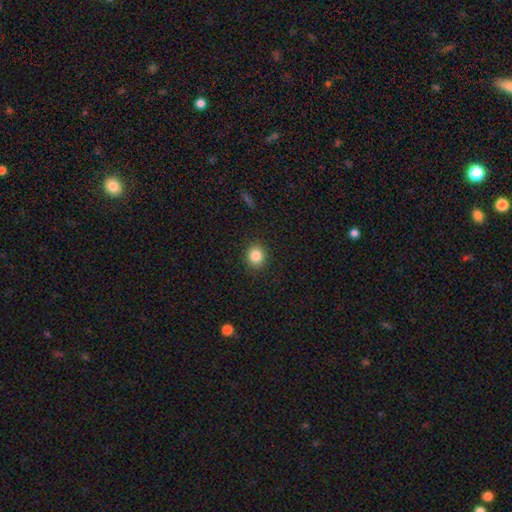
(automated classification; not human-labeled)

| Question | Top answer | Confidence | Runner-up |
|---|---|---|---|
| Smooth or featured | smooth | 85% | star or artifact (10%) |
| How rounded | round | 83% | in between (16%) |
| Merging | none | 90% | minor disturbance (7%) |